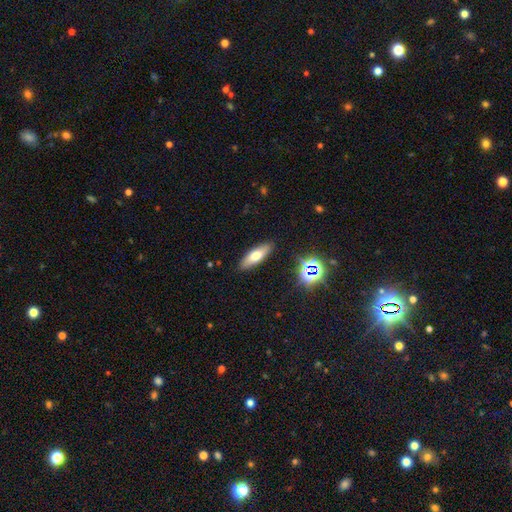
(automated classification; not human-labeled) smooth_or_featured: smooth (p=0.66) [alt: featured or disk p=0.23]
how_rounded: in between (p=0.55) [alt: cigar-shaped p=0.42]
merging: none (p=0.89) [alt: minor disturbance p=0.08]